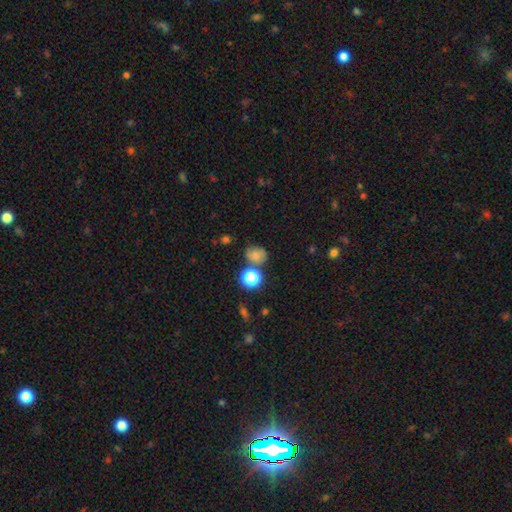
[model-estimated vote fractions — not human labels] Smooth or featured?
  - smooth: 64% *
  - star or artifact: 20%
  - featured or disk: 16%
How rounded?
  - round: 63% *
  - in between: 36%
  - cigar-shaped: 1%
Merging?
  - none: 61% *
  - minor disturbance: 20%
  - merger: 12%
  - major disturbance: 7%